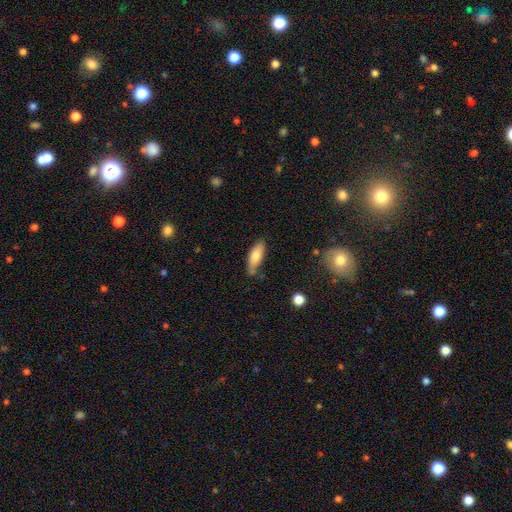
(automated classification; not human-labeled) This is likely a smooth galaxy (77%). How rounded: likely in between (66%). Merging: likely none (64%).